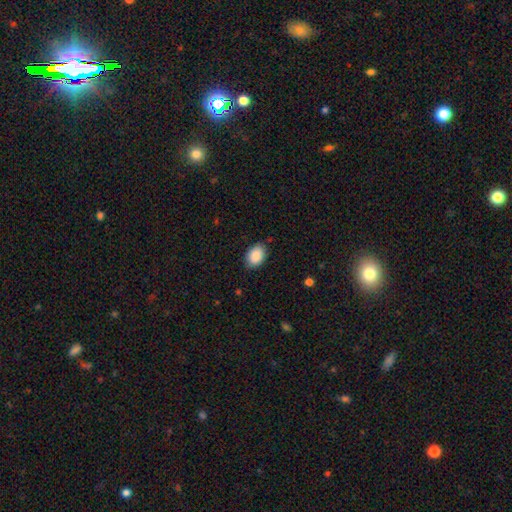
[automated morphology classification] Smooth or featured? Predicted: smooth (p=0.89). How rounded? Predicted: in between (p=0.84). Merging? Predicted: none (p=0.83).